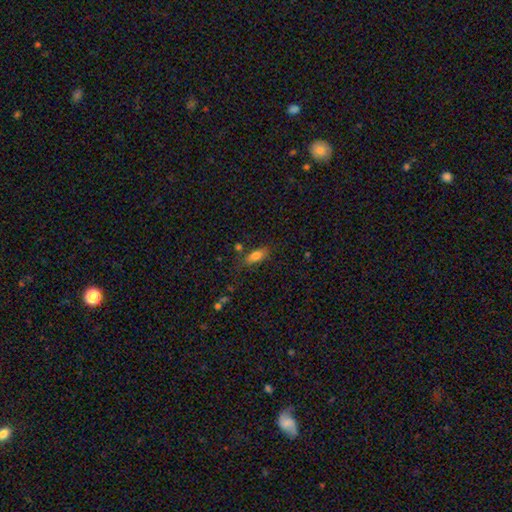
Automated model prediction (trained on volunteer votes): Smooth or featured? Predicted: smooth (p=0.80). How rounded? Predicted: in between (p=0.82). Merging? Predicted: none (p=0.72).